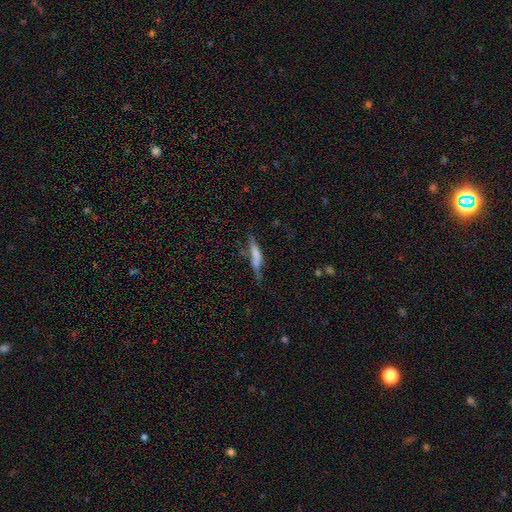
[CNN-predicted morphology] Q: Smooth or featured?
A: smooth (59%); runner-up: featured or disk (33%)
Q: How rounded?
A: cigar-shaped (84%); runner-up: in between (14%)
Q: Merging?
A: none (50%); runner-up: minor disturbance (27%)